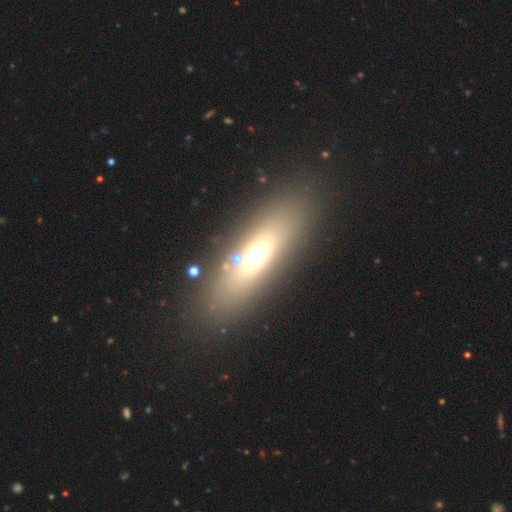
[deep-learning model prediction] Q: Smooth or featured?
A: smooth (56%); runner-up: featured or disk (31%)
Q: How rounded?
A: in between (54%); runner-up: cigar-shaped (41%)
Q: Merging?
A: none (82%); runner-up: minor disturbance (9%)